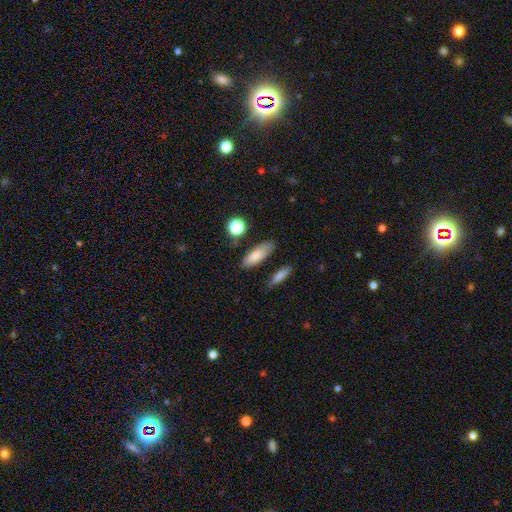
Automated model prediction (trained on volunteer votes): Smooth or featured: smooth — 79% (featured or disk — 13%)
How rounded: in between — 60% (cigar-shaped — 36%)
Merging: none — 78% (minor disturbance — 14%)